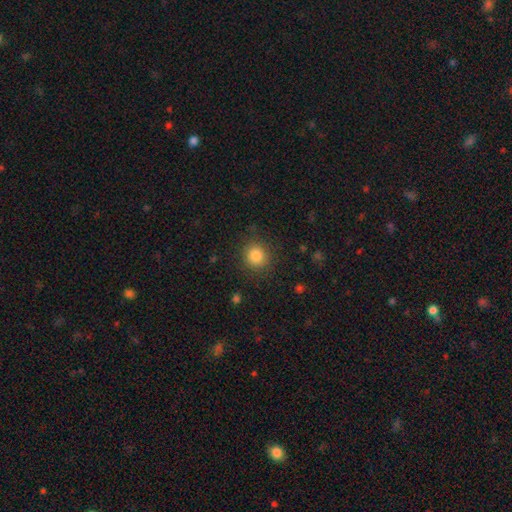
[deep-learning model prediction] smooth 84%, star or artifact 11%, featured or disk 5%. Down the decision tree: how rounded — round (90%); merging — none (88%).